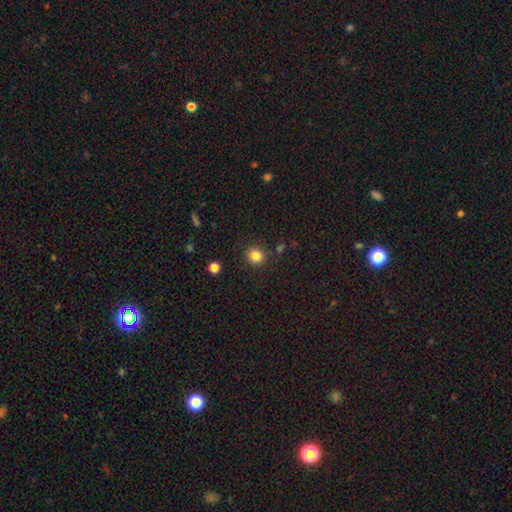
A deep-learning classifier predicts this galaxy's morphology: Smooth or featured: smooth — 84% (star or artifact — 12%)
How rounded: round — 84% (in between — 15%)
Merging: none — 87% (minor disturbance — 8%)